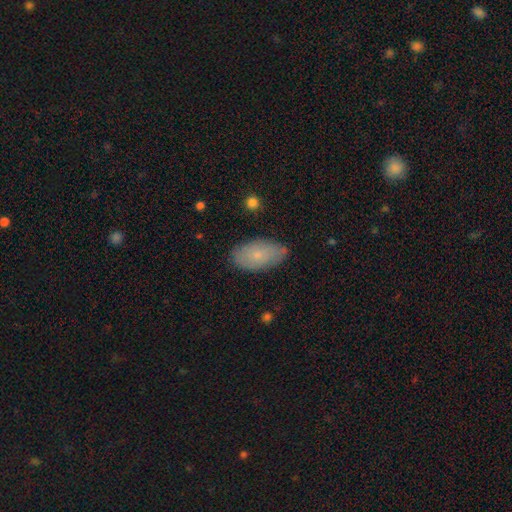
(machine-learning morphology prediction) A smooth galaxy with no disk features (75%) that is in between round and cigar-shaped (93%). Merging: none (80%).